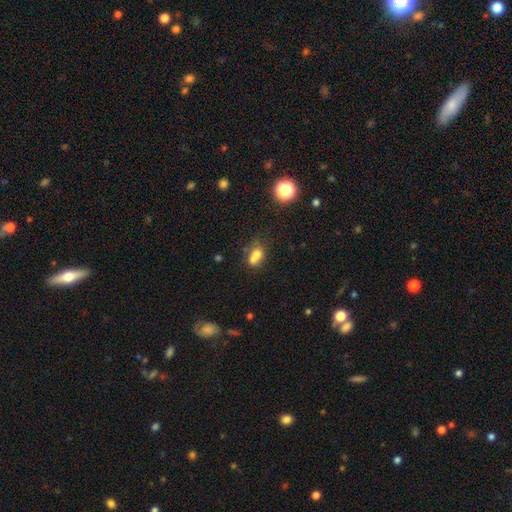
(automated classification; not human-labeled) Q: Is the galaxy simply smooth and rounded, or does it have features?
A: smooth — 67%.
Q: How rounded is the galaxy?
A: in between — 58%.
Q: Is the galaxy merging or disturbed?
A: merger — 53%.